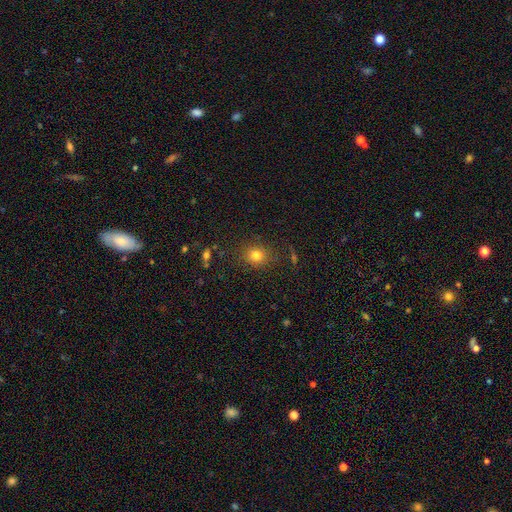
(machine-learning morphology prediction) The model was most divided on "how rounded": round: 78%, in between: 21%, cigar-shaped: 1%. More confident: merging — none (85%); smooth or featured — smooth (79%).